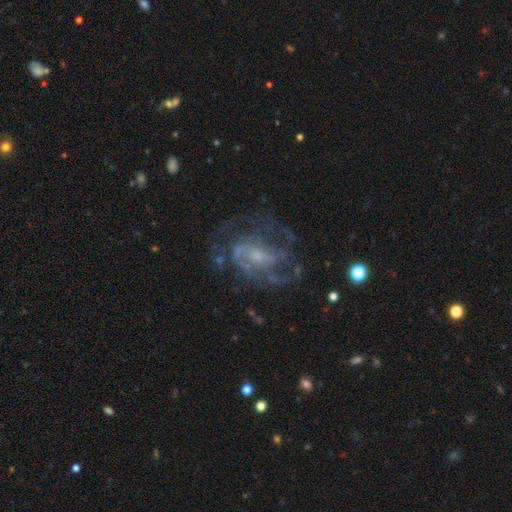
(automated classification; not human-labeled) Smooth or featured: featured or disk — 80% (star or artifact — 10%)
Edge-on disk: no — 97% (yes — 3%)
Bar: no — 53% (weak — 38%)
Spiral arms: yes — 82% (no — 18%)
Spiral winding: medium — 46% (tight — 33%)
Spiral arm count: can't tell — 35% (2 — 23%)
Bulge size: small — 52% (moderate — 31%)
Merging: none — 57% (major disturbance — 22%)